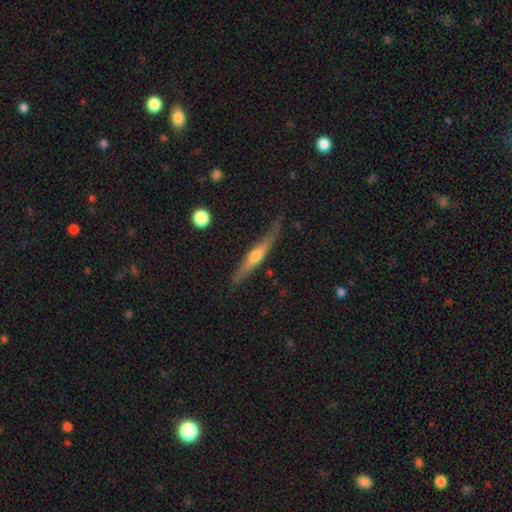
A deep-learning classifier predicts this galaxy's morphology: This appears to be a featured or disk galaxy (67%) viewed edge-on (96%) with a rounded central bulge (83%). Merging: none (76%).